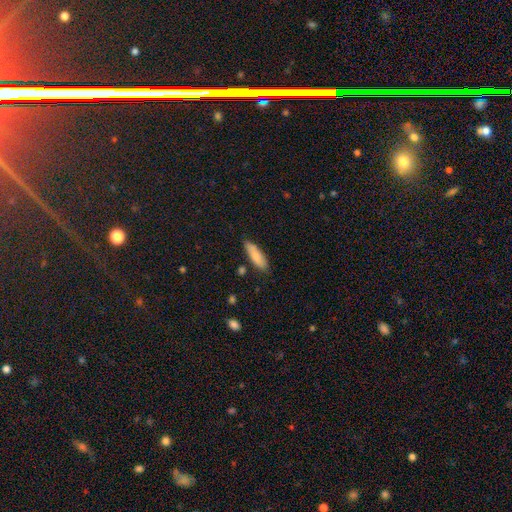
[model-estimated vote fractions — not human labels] This appears to be a smooth galaxy with no disk features (82%) that is cigar-shaped (51%). Merging: none (80%).